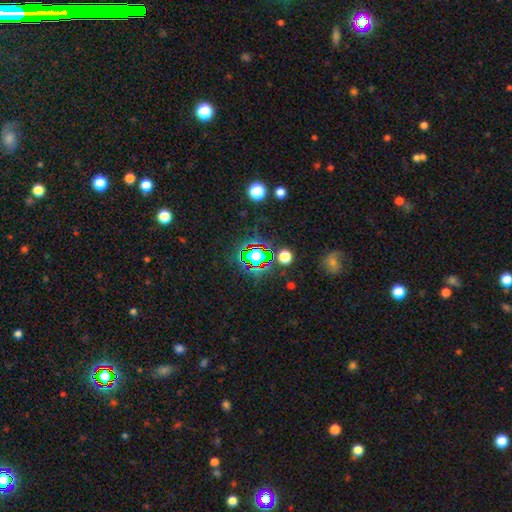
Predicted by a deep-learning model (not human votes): Smooth or featured? Predicted: star or artifact (p=0.65).